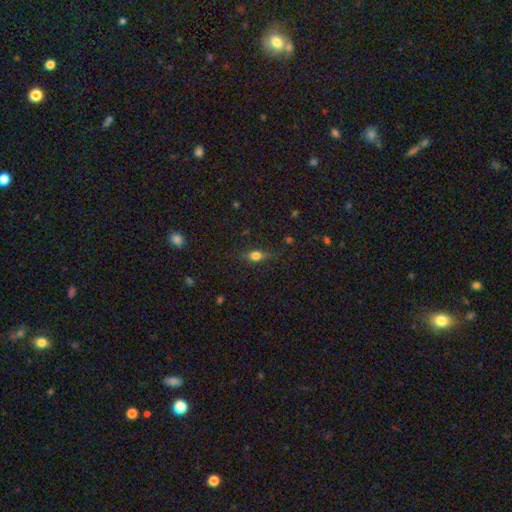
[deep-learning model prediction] Smooth or featured: smooth — 66% (featured or disk — 22%)
How rounded: in between — 65% (cigar-shaped — 20%)
Merging: none — 79% (minor disturbance — 15%)